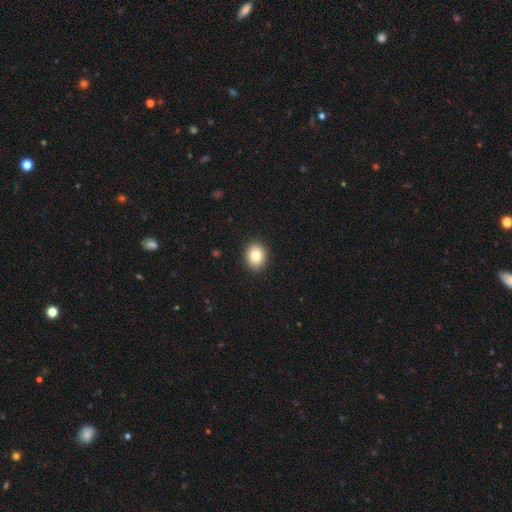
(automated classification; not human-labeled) A smooth galaxy with no disk features (83%) that is round (56%).

Vote fractions:
- Smooth or featured? smooth: 83% / star or artifact: 9% / featured or disk: 8%
- How rounded? round: 56% / in between: 44% / cigar-shaped: 1%
- Merging? none: 90% / minor disturbance: 7% / major disturbance: 2% / merger: 1%